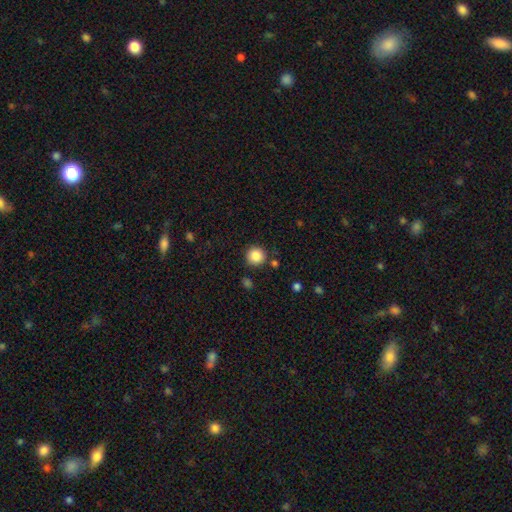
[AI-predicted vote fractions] Morphology: type=smooth (86%); roundness=round (94%); merging=none (85%).